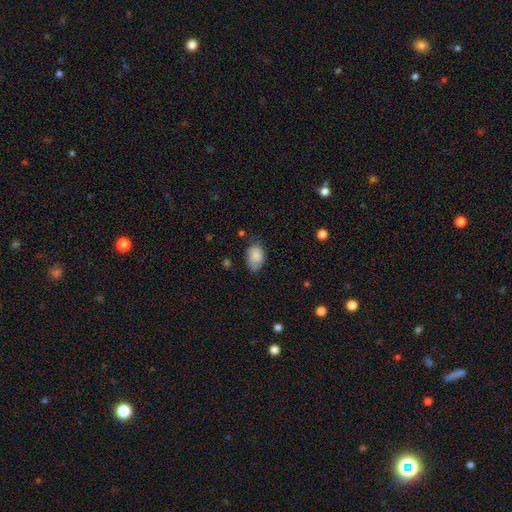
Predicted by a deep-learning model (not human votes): smooth-or-featured: smooth: 81% | featured or disk: 12% | star or artifact: 8%
  how-rounded: in between: 87% | round: 11% | cigar-shaped: 1%
  merging: none: 61% | minor disturbance: 30% | major disturbance: 8% | merger: 2%